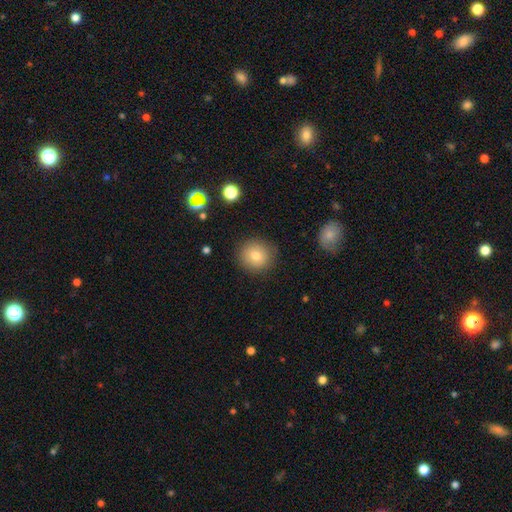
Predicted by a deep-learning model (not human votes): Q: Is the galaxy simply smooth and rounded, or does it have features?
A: smooth — 79%.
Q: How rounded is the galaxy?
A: round — 90%.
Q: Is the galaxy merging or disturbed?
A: none — 87%.